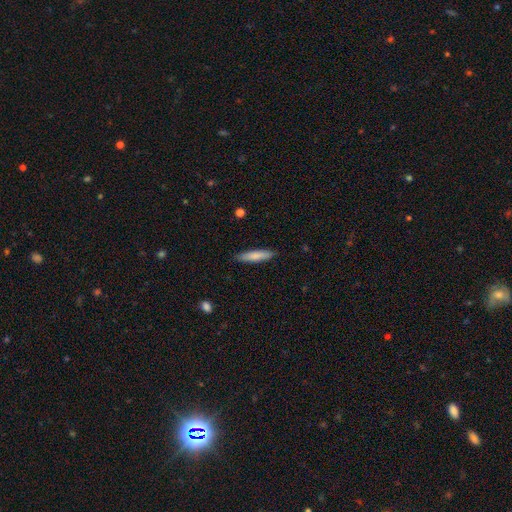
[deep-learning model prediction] smooth 81%, featured or disk 13%, star or artifact 6%. Down the decision tree: how rounded — cigar-shaped (84%); merging — none (89%).